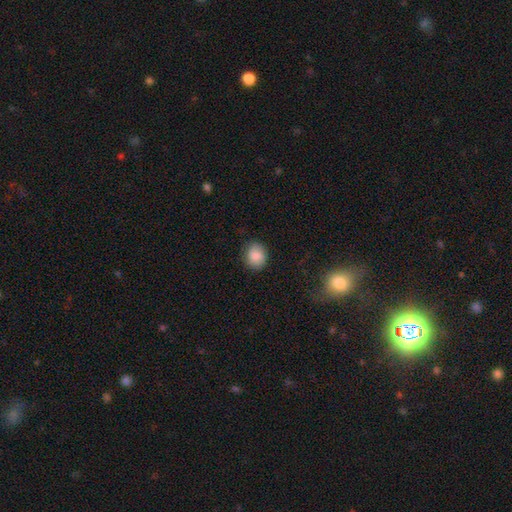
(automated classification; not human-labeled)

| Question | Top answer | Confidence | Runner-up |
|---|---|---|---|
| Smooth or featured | smooth | 87% | star or artifact (8%) |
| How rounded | round | 76% | in between (23%) |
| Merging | none | 85% | minor disturbance (12%) |